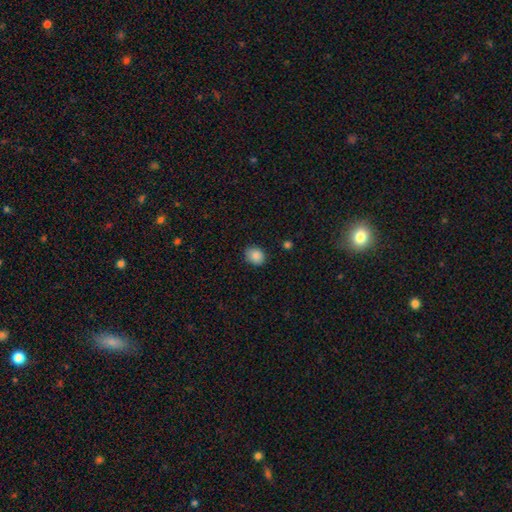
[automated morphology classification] type=smooth (87%); roundness=round (56%); merging=none (84%).